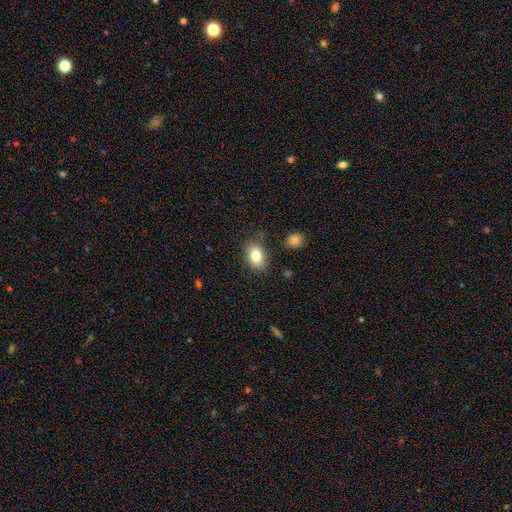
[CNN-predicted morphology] This appears to be a smooth galaxy with no disk features (82%) that is in between round and cigar-shaped (75%). Merging: none (78%).